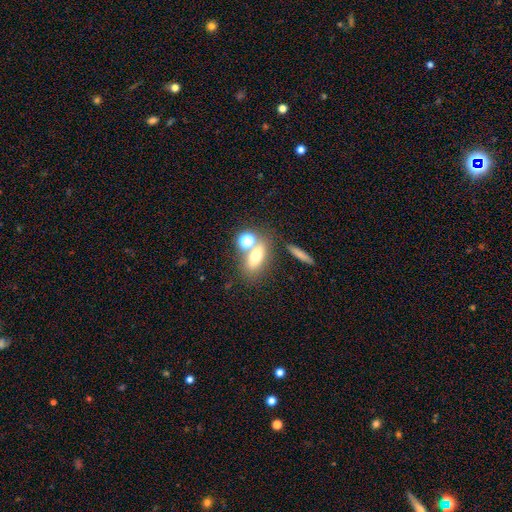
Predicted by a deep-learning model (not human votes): smooth-or-featured: smooth: 64% | featured or disk: 21% | star or artifact: 16%
  how-rounded: in between: 61% | round: 24% | cigar-shaped: 15%
  merging: none: 54% | merger: 29% | minor disturbance: 11% | major disturbance: 6%